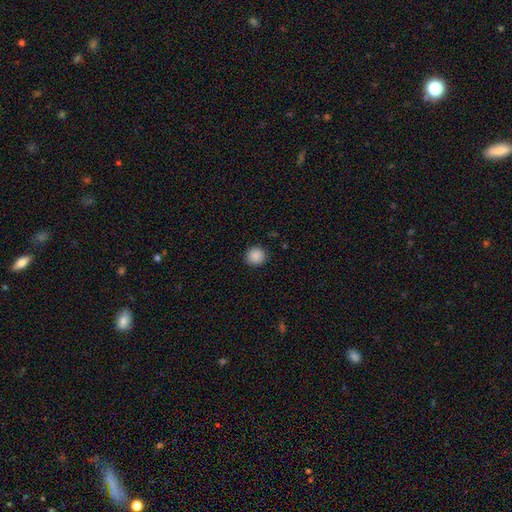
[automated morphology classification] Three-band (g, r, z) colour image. It shows a smooth galaxy with no disk features (88%) that is round (91%). Merging: none (91%).